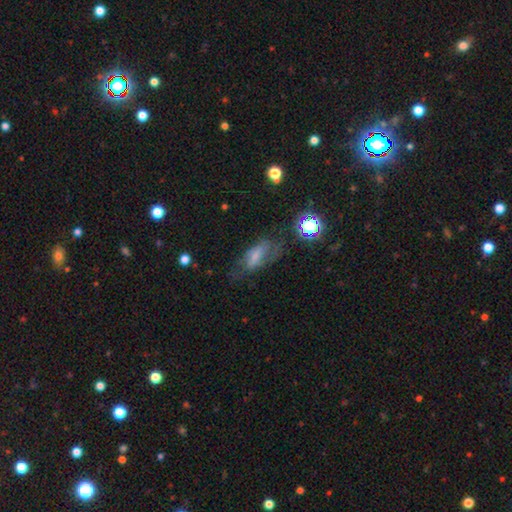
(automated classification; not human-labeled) The model was most divided on "smooth or featured": smooth: 48%, featured or disk: 38%, star or artifact: 15%. Remaining: merging — none (49%).